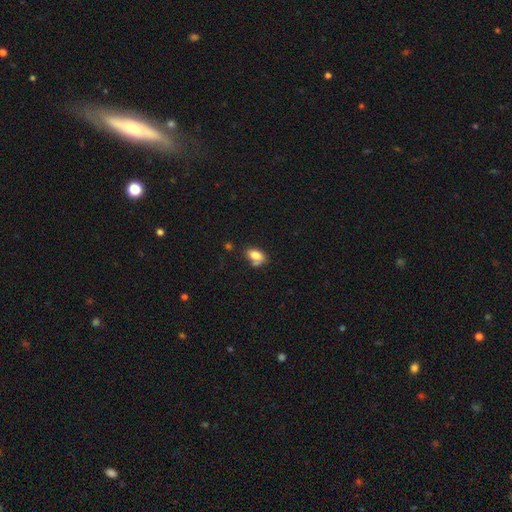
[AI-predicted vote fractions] smooth_or_featured: smooth (p=0.79) [alt: featured or disk p=0.12]
how_rounded: in between (p=0.86) [alt: round p=0.11]
merging: none (p=0.49) [alt: minor disturbance p=0.25]